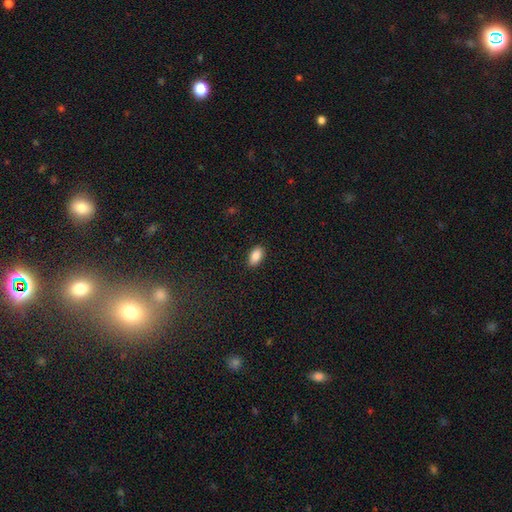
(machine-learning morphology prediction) Smooth or featured: smooth — 87% (star or artifact — 8%)
How rounded: in between — 93% (round — 5%)
Merging: none — 89% (minor disturbance — 8%)